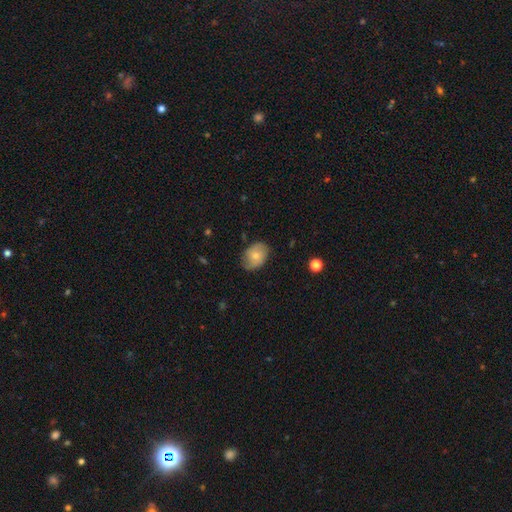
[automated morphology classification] A smooth galaxy with no disk features (60%) that is in between round and cigar-shaped (69%). Merging: none (73%).